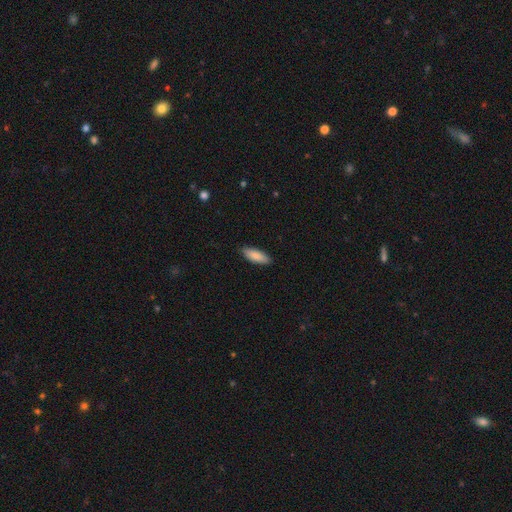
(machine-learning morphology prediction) The model was most divided on "how rounded": in between: 63%, cigar-shaped: 36%, round: 2%. More confident: merging — none (88%); smooth or featured — smooth (87%).